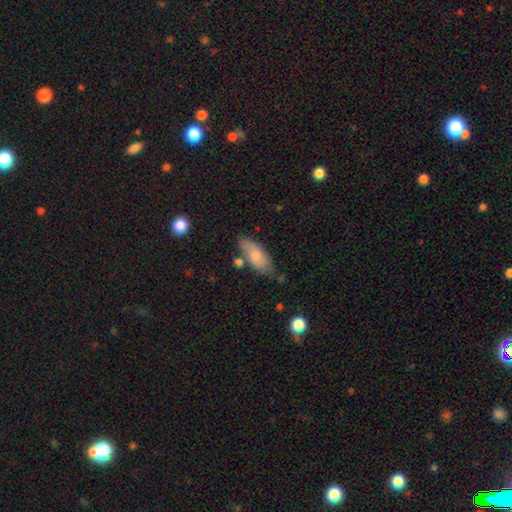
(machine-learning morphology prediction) type=smooth (73%); roundness=in between (83%); merging=none (66%).